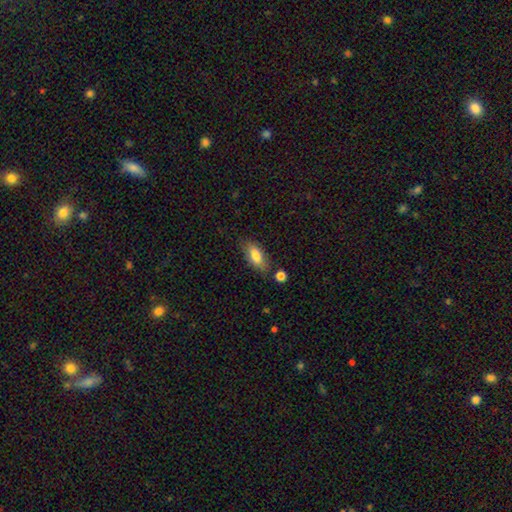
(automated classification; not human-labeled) A smooth galaxy with no disk features (79%) that is in between round and cigar-shaped (83%). Merging: none (75%).